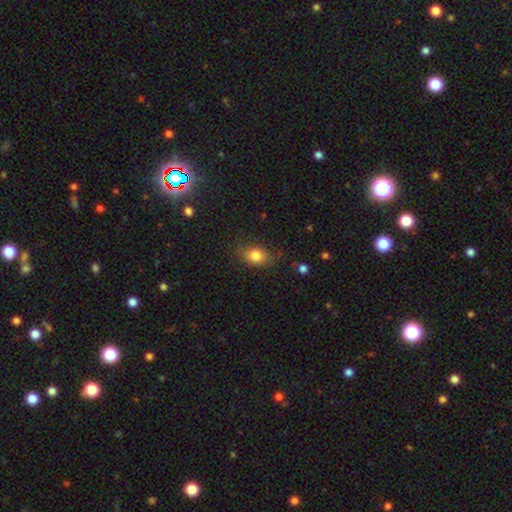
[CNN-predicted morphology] Smooth or featured: smooth — 82% (star or artifact — 9%)
How rounded: in between — 71% (round — 27%)
Merging: none — 74% (minor disturbance — 20%)